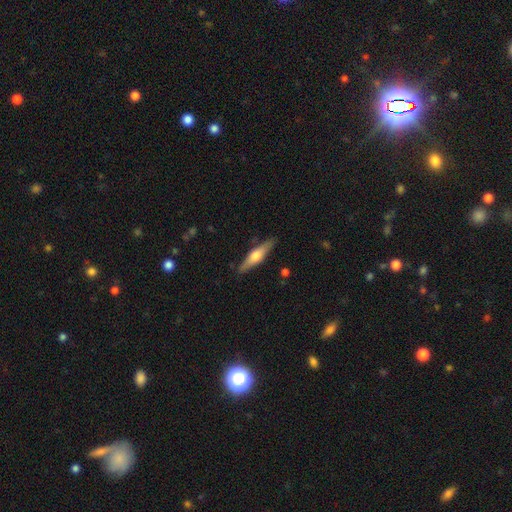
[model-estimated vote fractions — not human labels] The model was most divided on "smooth or featured": featured or disk: 56%, smooth: 38%, star or artifact: 6%. More confident: edge-on disk — yes (95%); edge-on bulge — rounded (91%); merging — none (87%).